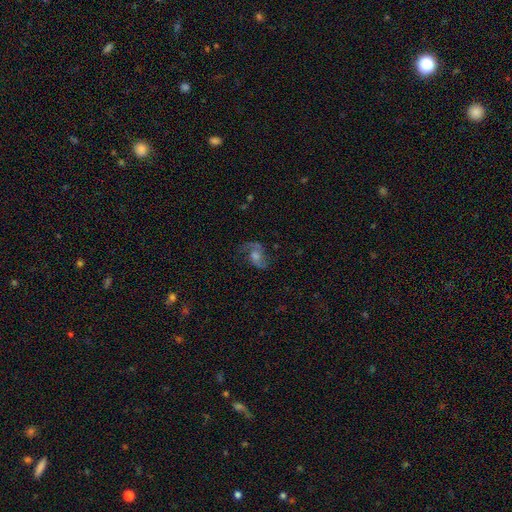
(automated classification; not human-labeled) Smooth or featured? featured or disk (78%)
Edge-on disk? no (97%)
Bar? no (58%)
Spiral arms? yes (94%)
Spiral winding? medium (45%)
Spiral arm count? 2 (88%)
Bulge size? moderate (57%)
Merging? none (73%)